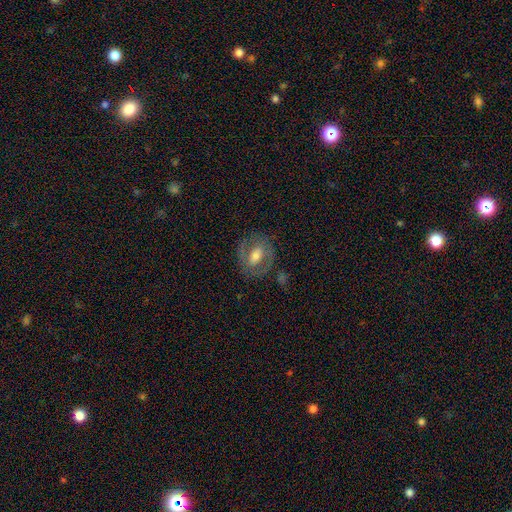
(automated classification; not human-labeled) A featured or disk galaxy (59%) with a weak bar (37%), spiral arms (51%) and a moderate central bulge (60%).

Vote fractions:
- Smooth or featured? featured or disk: 59% / smooth: 34% / star or artifact: 7%
- Edge-on disk? no: 94% / yes: 6%
- Bar? weak: 37% / no: 34% / strong: 30%
- Spiral arms? yes: 51% / no: 49%
- Bulge size? moderate: 60% / small: 19% / large: 17% / none: 2% / dominant: 2%
- Merging? none: 75% / minor disturbance: 14% / major disturbance: 8% / merger: 2%